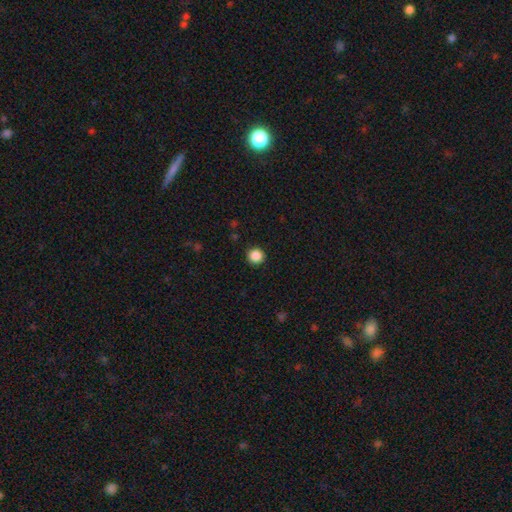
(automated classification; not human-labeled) smooth_or_featured: smooth (p=0.87) [alt: star or artifact p=0.10]
how_rounded: round (p=0.95) [alt: in between p=0.04]
merging: none (p=0.92) [alt: minor disturbance p=0.05]